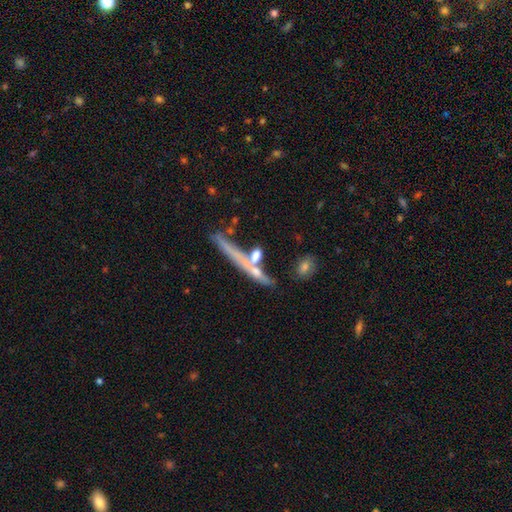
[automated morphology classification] A smooth galaxy with no disk features (53%) that is cigar-shaped (71%).

Vote fractions:
- Smooth or featured? smooth: 53% / featured or disk: 37% / star or artifact: 10%
- How rounded? cigar-shaped: 71% / in between: 19% / round: 10%
- Merging? none: 44% / merger: 35% / minor disturbance: 13% / major disturbance: 8%